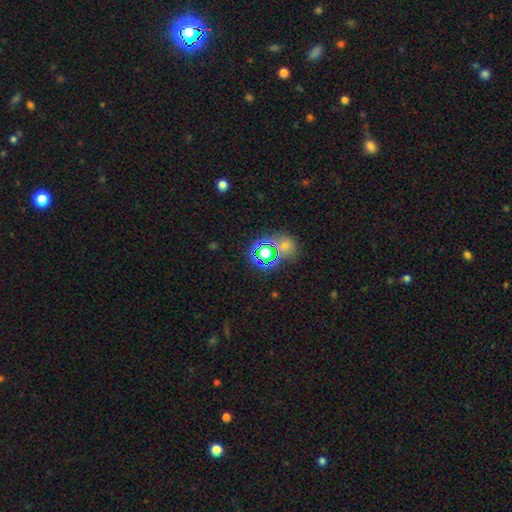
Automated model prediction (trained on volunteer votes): A star or artifact, not a galaxy (73%).